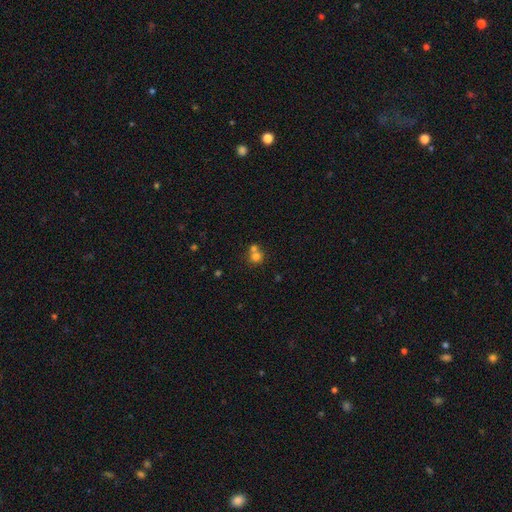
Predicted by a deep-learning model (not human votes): This appears to be a smooth galaxy with no disk features (74%) that is round (86%). Merging: merger (48%).